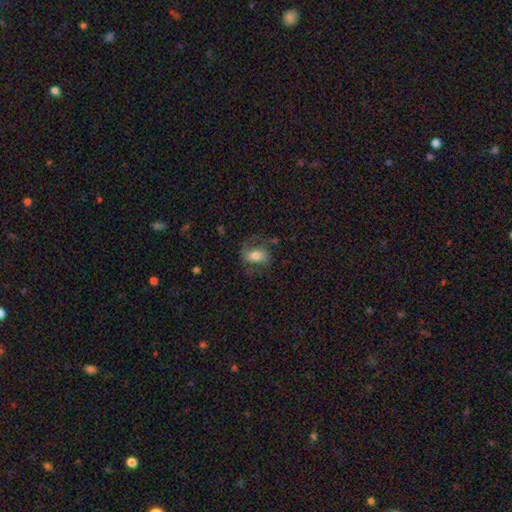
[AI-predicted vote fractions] Smooth or featured? featured or disk (46%)
Merging? none (55%)